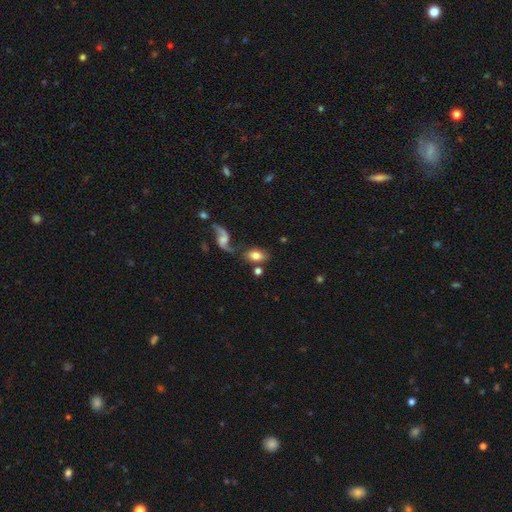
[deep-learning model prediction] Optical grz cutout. It shows a smooth galaxy with no disk features (68%) that is in between round and cigar-shaped (85%). Merging: none (63%).